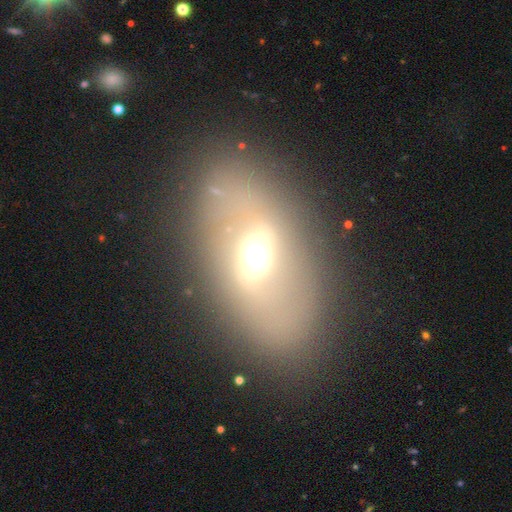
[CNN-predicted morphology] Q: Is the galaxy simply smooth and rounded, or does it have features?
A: featured or disk — 50%.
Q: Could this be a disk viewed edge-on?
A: no — 77%.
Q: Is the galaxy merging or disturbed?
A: none — 82%.